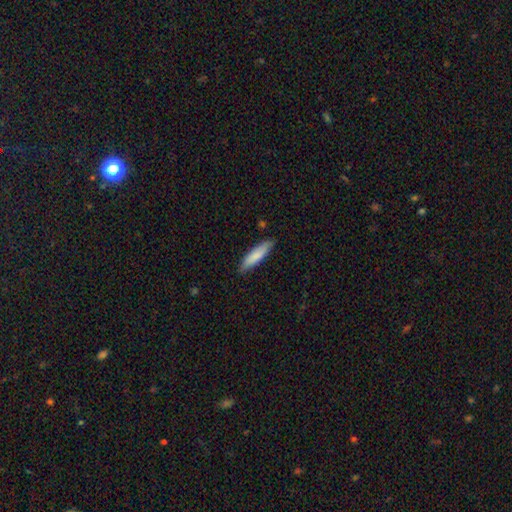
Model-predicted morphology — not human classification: Overall: smooth (81%). How rounded: cigar-shaped (74%). Merging: none (84%).